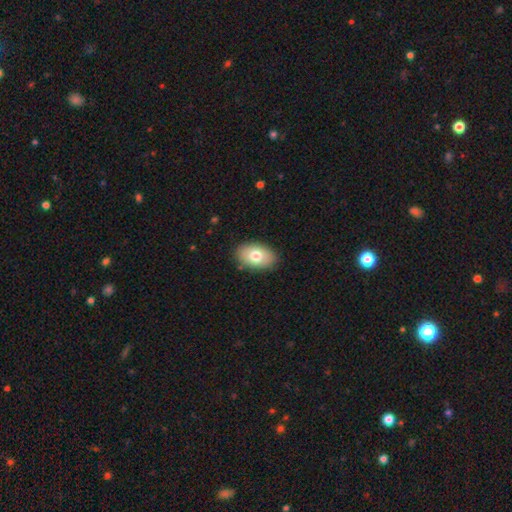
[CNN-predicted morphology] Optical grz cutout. It shows a smooth galaxy with no disk features (75%) that is in between round and cigar-shaped (90%). Merging: none (86%).